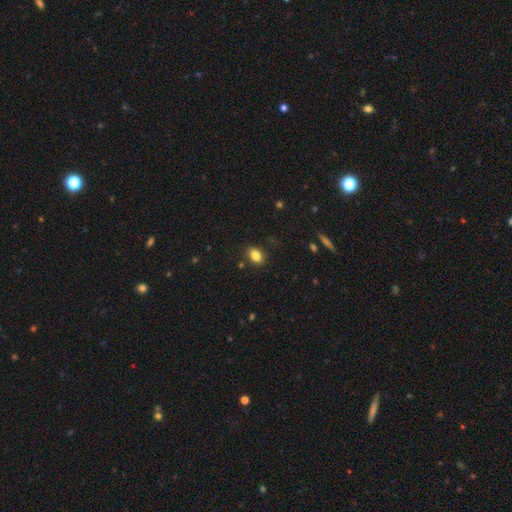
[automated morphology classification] Smooth or featured? Predicted: smooth (p=0.84). How rounded? Predicted: in between (p=0.77). Merging? Predicted: none (p=0.86).